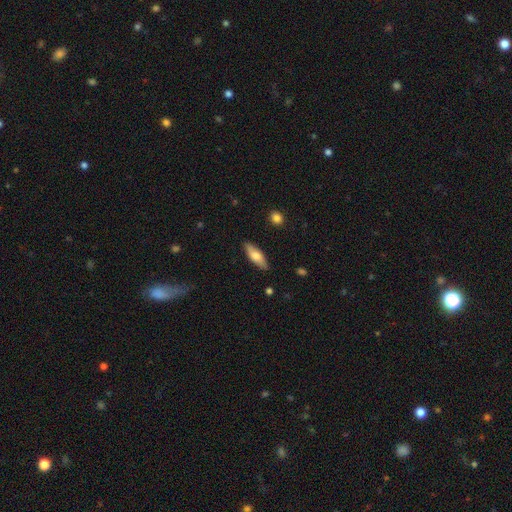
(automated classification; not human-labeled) This appears to be a smooth galaxy with no disk features (71%) that is in between round and cigar-shaped (61%). Merging: none (86%).